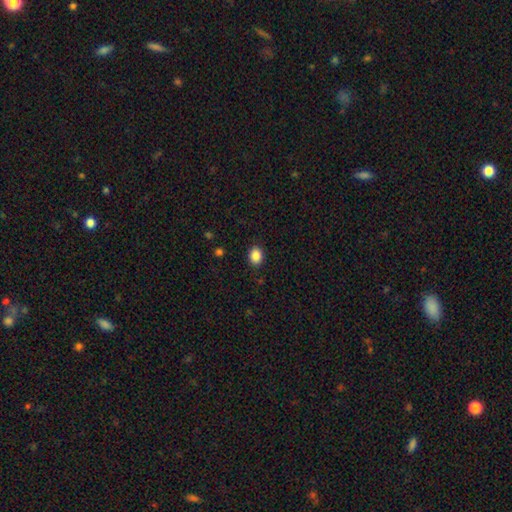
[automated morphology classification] This appears to be a smooth galaxy with no disk features (88%) that is in between round and cigar-shaped (57%). Merging: none (89%).